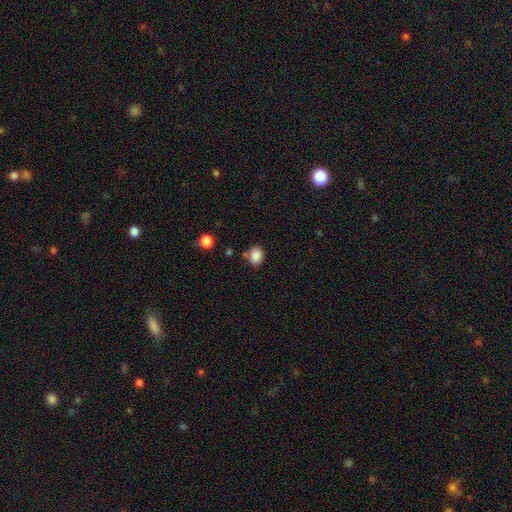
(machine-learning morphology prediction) smooth_or_featured: smooth (p=0.86) [alt: star or artifact p=0.10]
how_rounded: round (p=0.55) [alt: in between p=0.44]
merging: none (p=0.73) [alt: minor disturbance p=0.16]